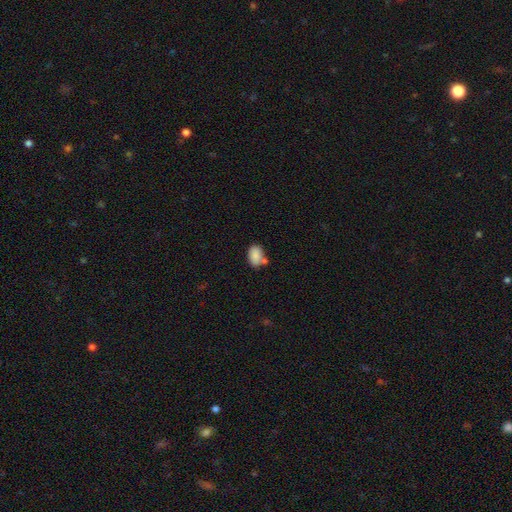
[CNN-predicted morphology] smooth 86%, star or artifact 8%, featured or disk 7%. Down the decision tree: how rounded — in between (85%); merging — none (55%).